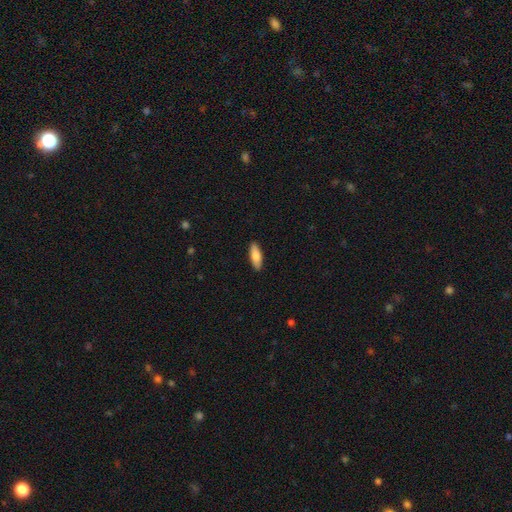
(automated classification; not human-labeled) Q: Smooth or featured?
A: smooth (82%); runner-up: featured or disk (13%)
Q: How rounded?
A: in between (62%); runner-up: cigar-shaped (36%)
Q: Merging?
A: none (90%); runner-up: minor disturbance (7%)